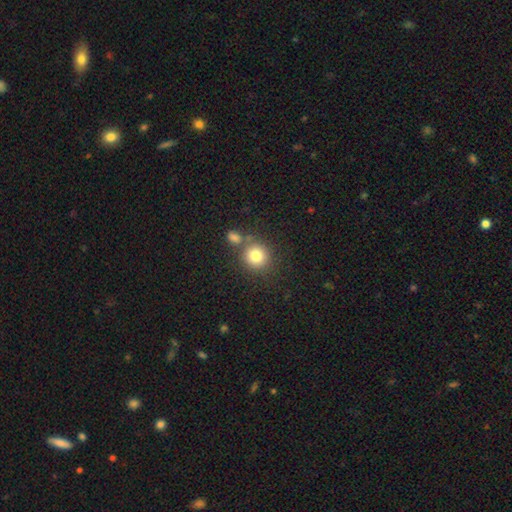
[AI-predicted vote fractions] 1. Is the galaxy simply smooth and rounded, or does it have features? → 81% smooth, 11% star or artifact, 8% featured or disk.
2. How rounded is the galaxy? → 89% round, 10% in between, 1% cigar-shaped.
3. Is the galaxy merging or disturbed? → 68% none, 19% merger, 10% minor disturbance, 4% major disturbance.